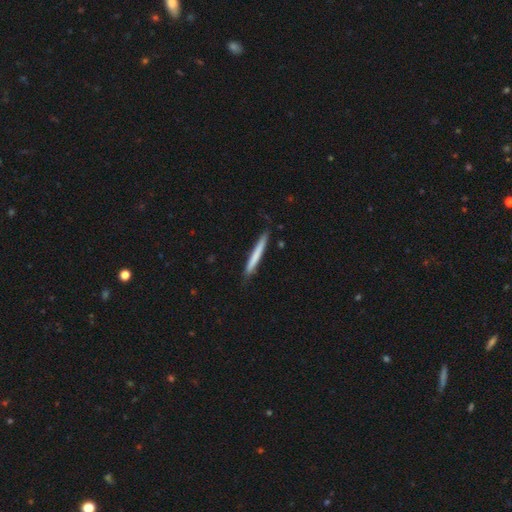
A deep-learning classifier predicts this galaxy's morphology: Smooth or featured? smooth (69%)
How rounded? cigar-shaped (97%)
Merging? none (85%)